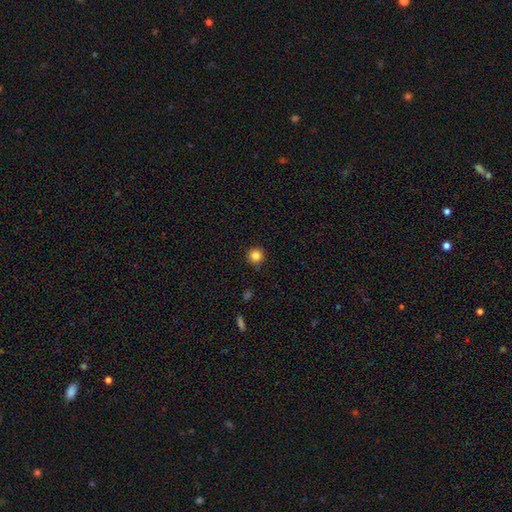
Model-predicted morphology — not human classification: Smooth or featured? smooth (84%)
How rounded? round (95%)
Merging? none (91%)